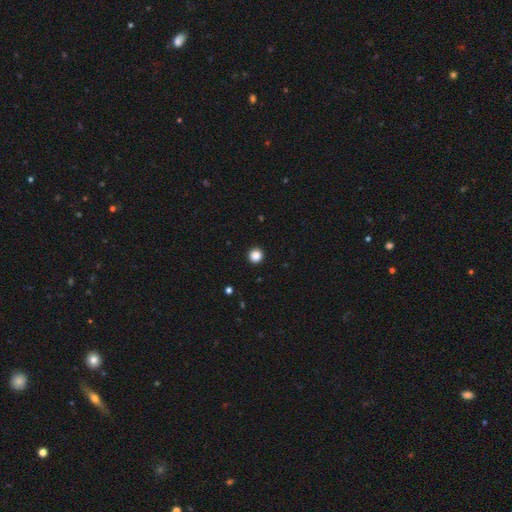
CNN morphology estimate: Smooth or featured?
  - smooth: 86% *
  - star or artifact: 11%
  - featured or disk: 2%
How rounded?
  - round: 95% *
  - in between: 4%
  - cigar-shaped: 1%
Merging?
  - none: 93% *
  - minor disturbance: 4%
  - major disturbance: 1%
  - merger: 1%